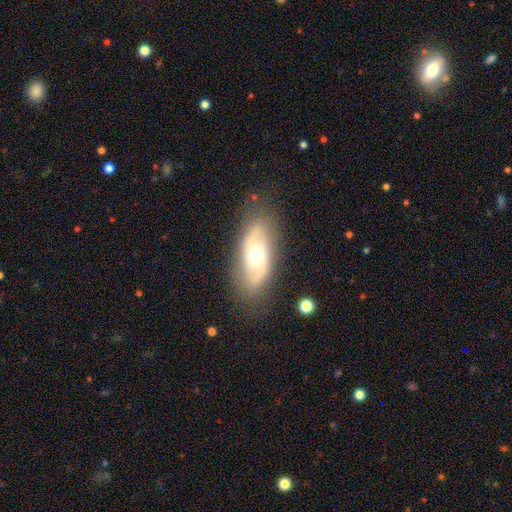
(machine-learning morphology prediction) type=featured or disk (57%); edge-on=no (86%); merging=none (82%).